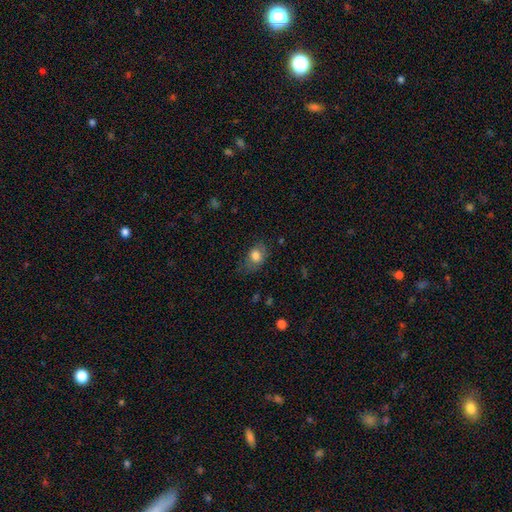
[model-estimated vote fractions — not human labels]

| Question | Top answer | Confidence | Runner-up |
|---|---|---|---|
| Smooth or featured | smooth | 78% | featured or disk (13%) |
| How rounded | in between | 70% | round (28%) |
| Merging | none | 60% | minor disturbance (27%) |